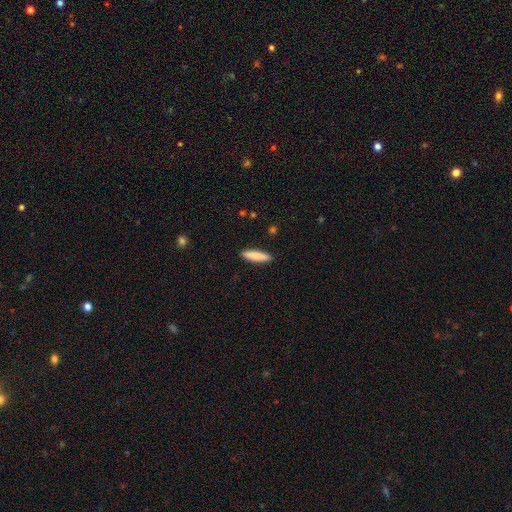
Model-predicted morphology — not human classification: smooth_or_featured: smooth (p=0.84) [alt: featured or disk p=0.11]
how_rounded: cigar-shaped (p=0.78) [alt: in between p=0.20]
merging: none (p=0.91) [alt: minor disturbance p=0.07]